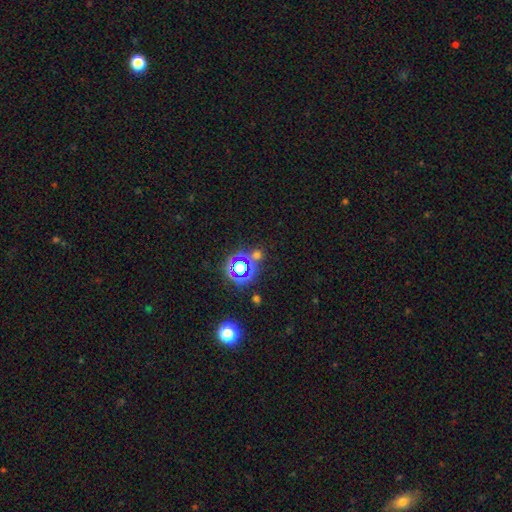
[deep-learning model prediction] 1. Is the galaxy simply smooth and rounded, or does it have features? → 67% star or artifact, 24% smooth, 9% featured or disk.